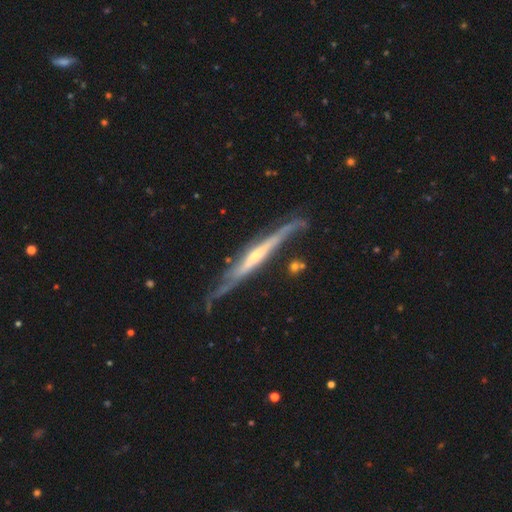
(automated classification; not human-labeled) The model was most divided on "edge-on bulge": rounded: 47%, none: 43%, boxy: 10%. More confident: edge-on disk — yes (85%); smooth or featured — featured or disk (81%); merging — none (58%).